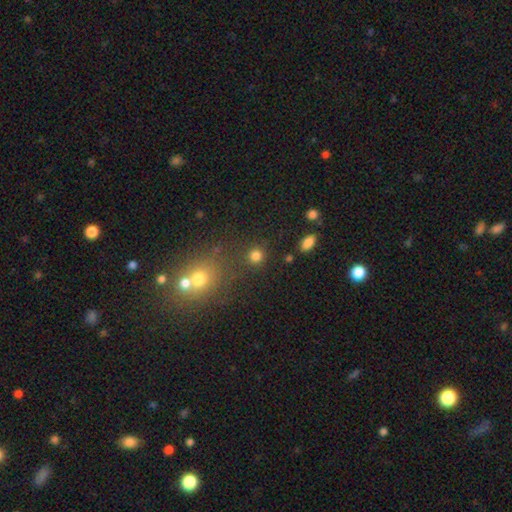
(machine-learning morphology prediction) Smooth or featured?
  - smooth: 80% *
  - star or artifact: 15%
  - featured or disk: 5%
How rounded?
  - round: 89% *
  - in between: 10%
  - cigar-shaped: 1%
Merging?
  - none: 81% *
  - merger: 8%
  - minor disturbance: 8%
  - major disturbance: 4%